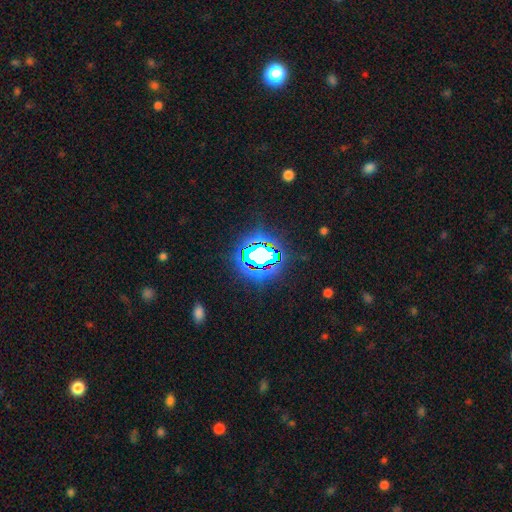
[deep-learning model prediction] This is likely a star or artifact rather than a galaxy (74%).